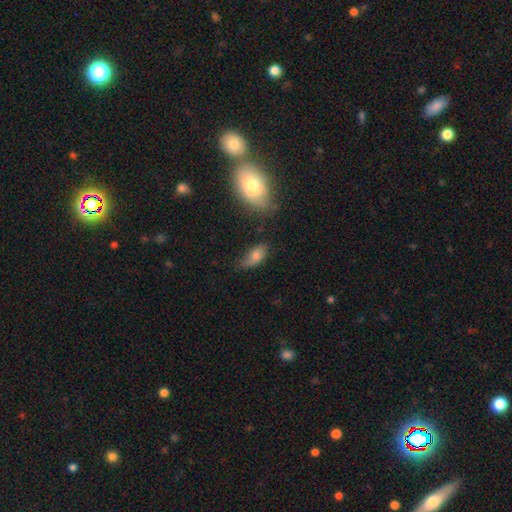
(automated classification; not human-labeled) Smooth or featured?
  - smooth: 67% *
  - featured or disk: 23%
  - star or artifact: 10%
How rounded?
  - in between: 87% *
  - cigar-shaped: 8%
  - round: 5%
Merging?
  - none: 46% *
  - minor disturbance: 34%
  - major disturbance: 15%
  - merger: 5%